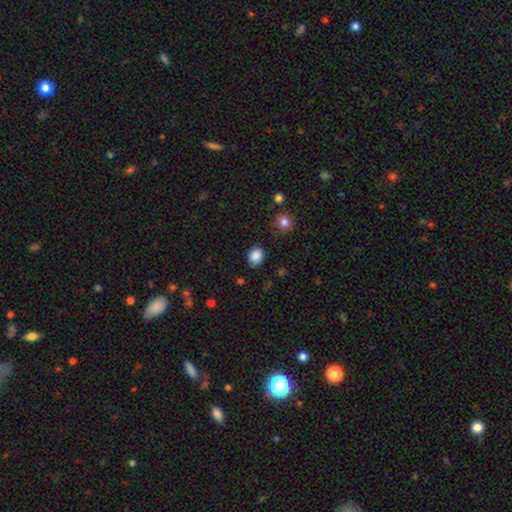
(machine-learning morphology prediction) Overall: smooth (88%). How rounded: in between (53%; round 46%). Merging: none (82%).